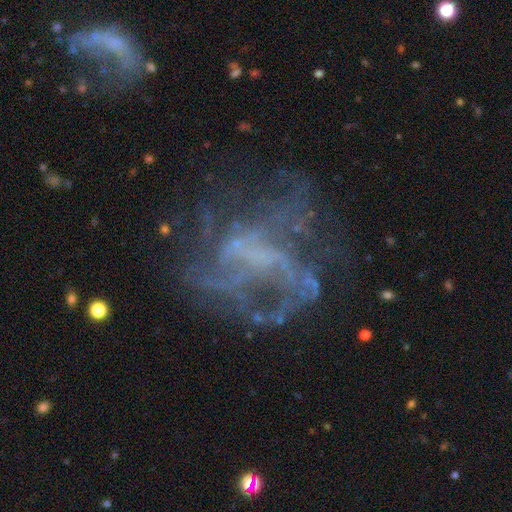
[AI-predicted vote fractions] Smooth or featured? featured or disk (71%)
Edge-on disk? no (97%)
Bar? no (63%)
Spiral arms? yes (57%)
Bulge size? none (70%)
Merging? none (43%)